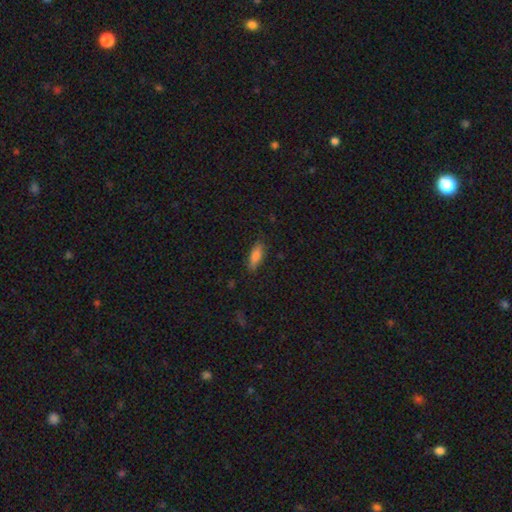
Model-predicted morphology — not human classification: Smooth or featured: smooth — 81% (featured or disk — 11%)
How rounded: in between — 65% (cigar-shaped — 33%)
Merging: none — 81% (minor disturbance — 14%)